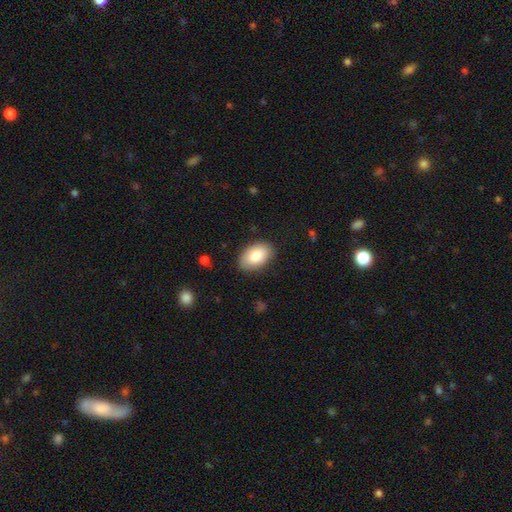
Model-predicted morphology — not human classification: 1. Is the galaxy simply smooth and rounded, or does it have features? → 83% smooth, 11% featured or disk, 6% star or artifact.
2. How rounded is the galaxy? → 92% in between, 7% round, 1% cigar-shaped.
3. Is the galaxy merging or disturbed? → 84% none, 12% minor disturbance, 3% major disturbance, 1% merger.